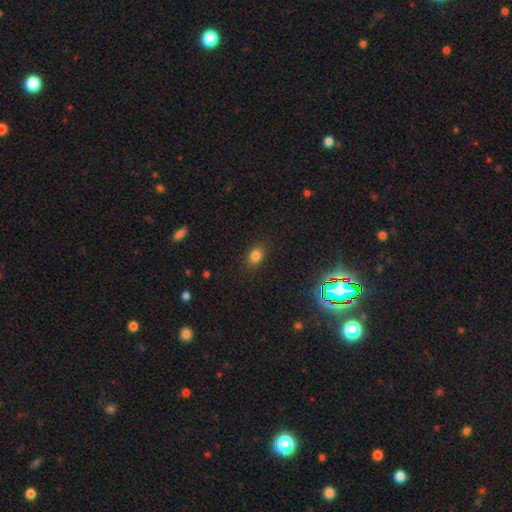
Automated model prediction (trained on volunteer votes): This appears to be a smooth galaxy with no disk features (79%) that is in between round and cigar-shaped (69%). Merging: none (86%).